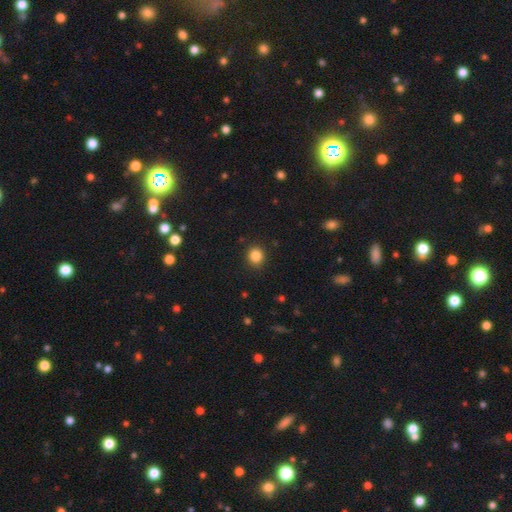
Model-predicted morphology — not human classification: A smooth galaxy with no disk features (85%) that is round (85%). Merging: none (90%).